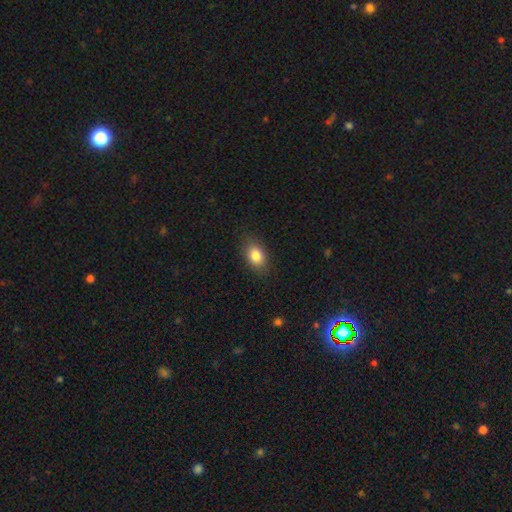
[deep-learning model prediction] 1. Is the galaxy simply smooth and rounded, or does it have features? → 84% smooth, 8% star or artifact, 8% featured or disk.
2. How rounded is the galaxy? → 82% in between, 16% round, 2% cigar-shaped.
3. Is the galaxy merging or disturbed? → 86% none, 11% minor disturbance, 3% major disturbance, 1% merger.